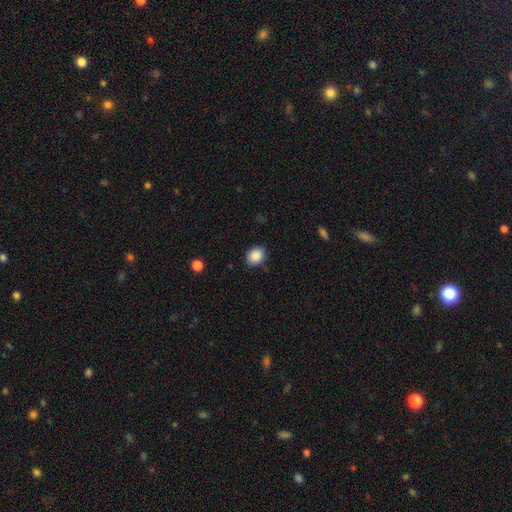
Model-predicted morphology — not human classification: smooth_or_featured: smooth (p=0.88) [alt: star or artifact p=0.08]
how_rounded: round (p=0.58) [alt: in between p=0.42]
merging: none (p=0.85) [alt: minor disturbance p=0.11]